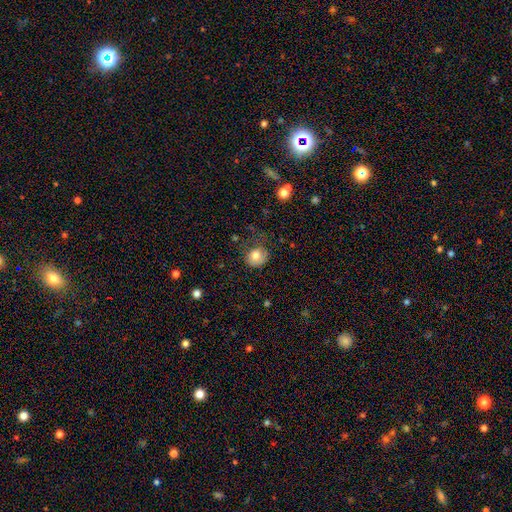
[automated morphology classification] This appears to be a smooth galaxy with no disk features (74%) that is round (71%). Merging: none (50%).